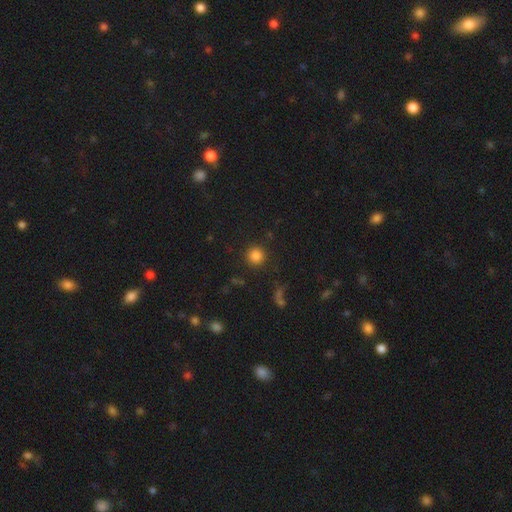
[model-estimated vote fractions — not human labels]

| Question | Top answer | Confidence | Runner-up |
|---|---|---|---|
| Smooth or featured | smooth | 83% | star or artifact (12%) |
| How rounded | round | 94% | in between (5%) |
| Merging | none | 89% | minor disturbance (6%) |